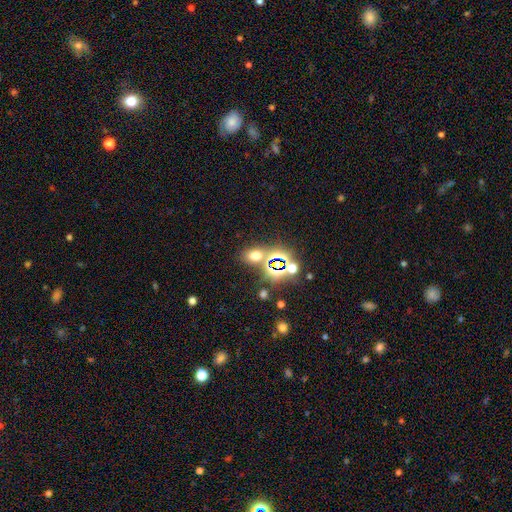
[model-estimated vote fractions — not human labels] Q: Smooth or featured?
A: smooth (54%); runner-up: star or artifact (37%)
Q: How rounded?
A: in between (61%); runner-up: round (37%)
Q: Merging?
A: none (68%); runner-up: merger (17%)